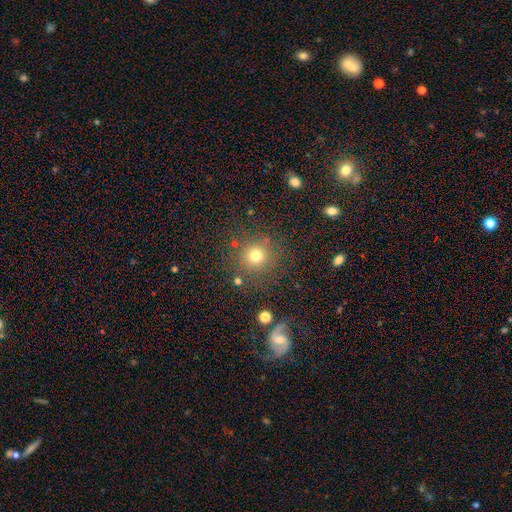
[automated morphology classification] smooth-or-featured: smooth: 73% | star or artifact: 19% | featured or disk: 8%
  how-rounded: round: 93% | in between: 6% | cigar-shaped: 1%
  merging: none: 83% | minor disturbance: 9% | major disturbance: 4% | merger: 4%